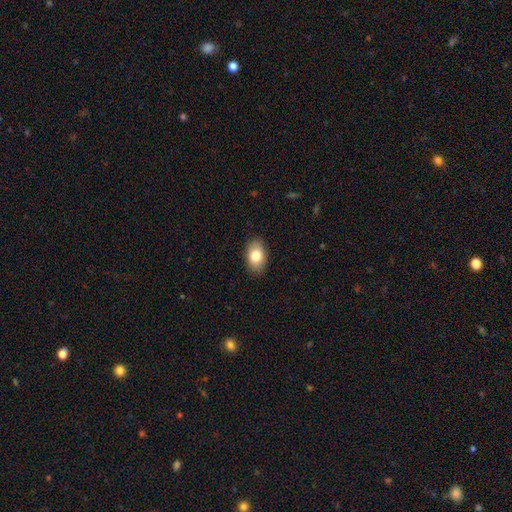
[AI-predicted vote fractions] Overall: smooth (83%). How rounded: in between (90%). Merging: none (88%).